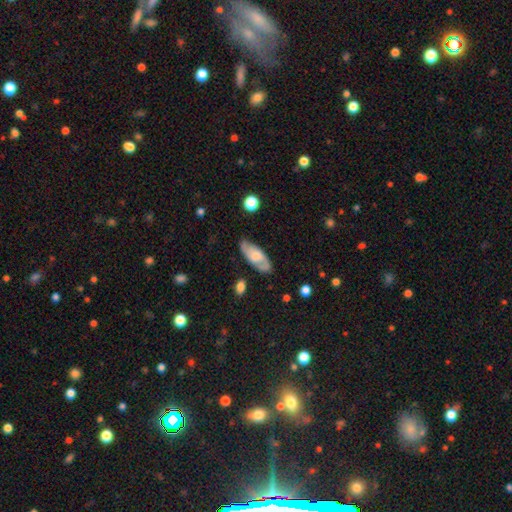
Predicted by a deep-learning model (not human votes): Morphology: type=featured or disk (51%); edge-on=no (84%); merging=none (77%).